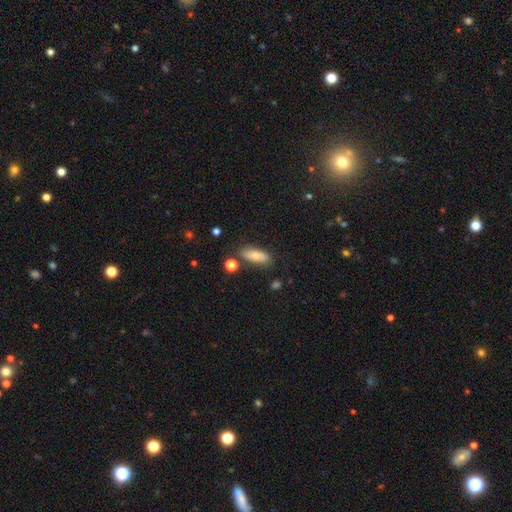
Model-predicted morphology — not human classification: This is likely a smooth galaxy (74%). How rounded: likely in between (70%). Merging: likely none (77%).